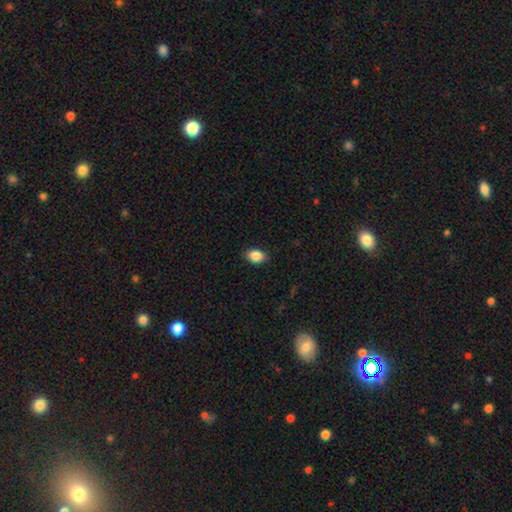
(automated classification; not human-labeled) This appears to be a smooth galaxy with no disk features (88%) that is in between round and cigar-shaped (78%). Merging: none (86%).